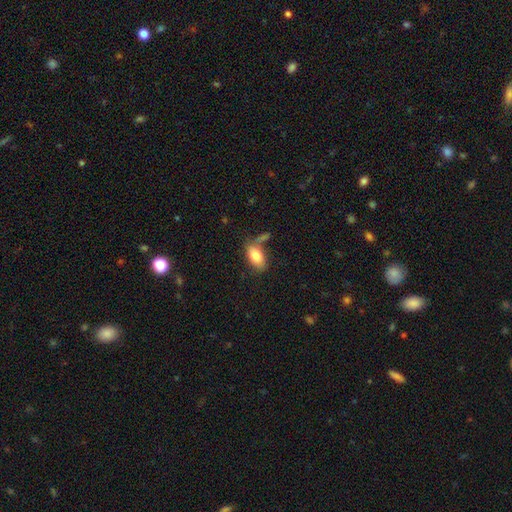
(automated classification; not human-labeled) The model was most divided on "merging": none: 56%, minor disturbance: 19%, merger: 17%, major disturbance: 8%. More confident: how rounded — in between (90%); smooth or featured — smooth (80%).